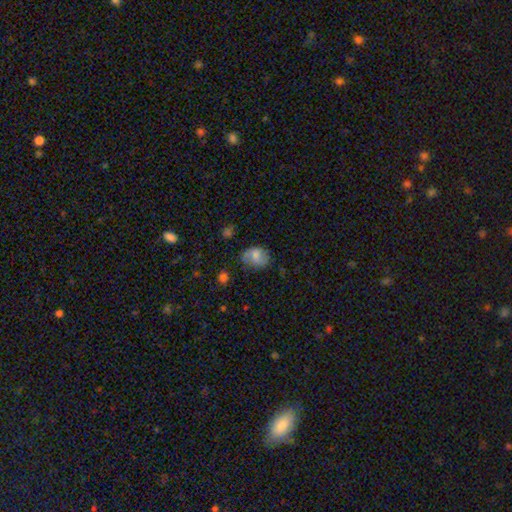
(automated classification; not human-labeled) Overall: smooth (74%). How rounded: in between (63%; round 36%). Merging: none (61%; minor disturbance 28%).